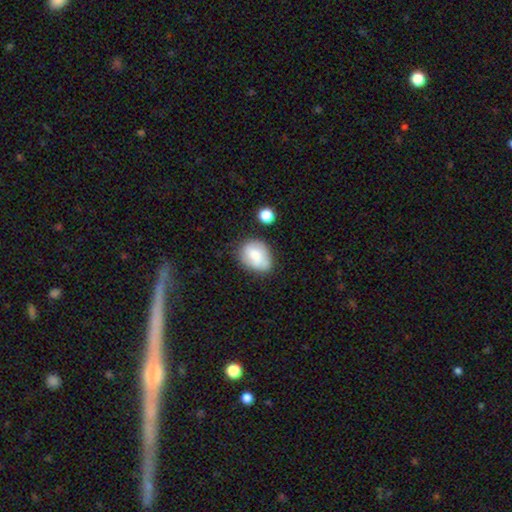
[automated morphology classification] This is likely a smooth galaxy (75%). How rounded: likely in between (64%). Merging: possibly none (59%).